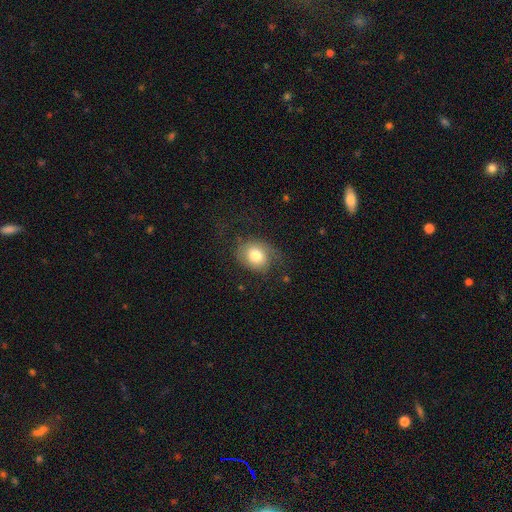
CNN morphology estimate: Smooth or featured?
  - smooth: 67% *
  - featured or disk: 25%
  - star or artifact: 8%
How rounded?
  - round: 55% *
  - in between: 44%
  - cigar-shaped: 1%
Merging?
  - none: 54% *
  - minor disturbance: 24%
  - major disturbance: 21%
  - merger: 2%